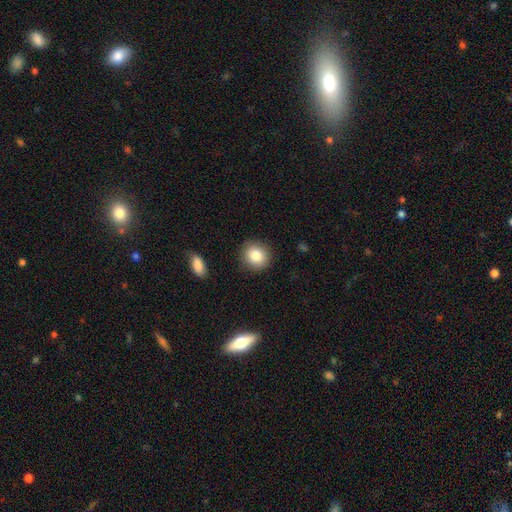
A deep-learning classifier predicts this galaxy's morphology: A smooth galaxy with no disk features (83%) that is round (85%).

Vote fractions:
- Smooth or featured? smooth: 83% / star or artifact: 9% / featured or disk: 7%
- How rounded? round: 85% / in between: 14% / cigar-shaped: 1%
- Merging? none: 89% / minor disturbance: 7% / major disturbance: 2% / merger: 1%